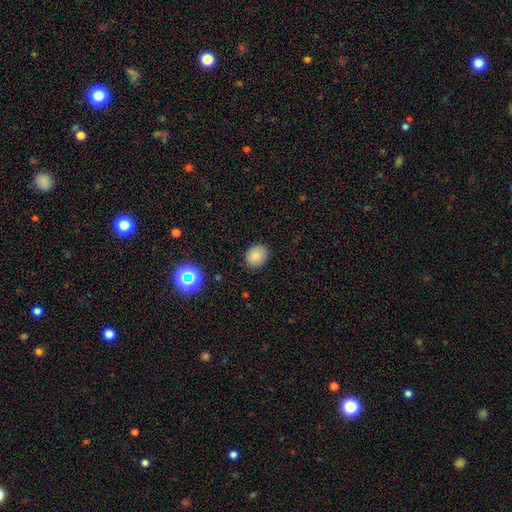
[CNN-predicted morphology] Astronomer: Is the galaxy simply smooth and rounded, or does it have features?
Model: smooth — 84%.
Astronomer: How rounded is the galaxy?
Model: round — 55% (runner-up: in between, 44%).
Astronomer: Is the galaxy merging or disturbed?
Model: none — 88%.